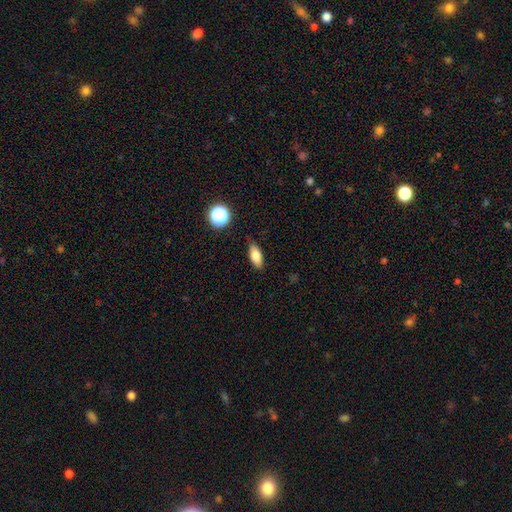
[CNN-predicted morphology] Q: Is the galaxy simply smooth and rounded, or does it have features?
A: smooth — 81%.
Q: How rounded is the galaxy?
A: in between — 79%.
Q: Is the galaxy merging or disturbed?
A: none — 83%.